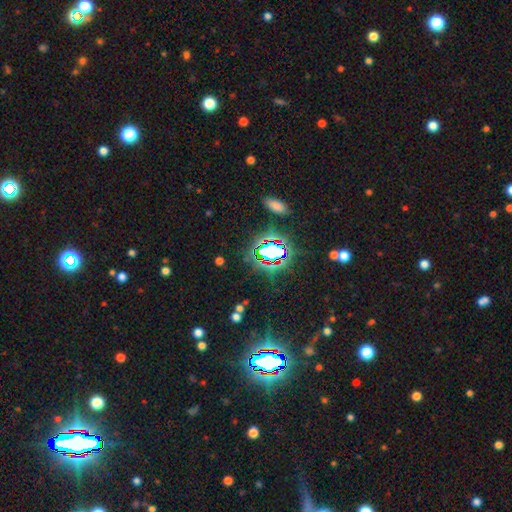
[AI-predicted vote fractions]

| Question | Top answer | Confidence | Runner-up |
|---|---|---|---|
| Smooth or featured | star or artifact | 81% | smooth (11%) |